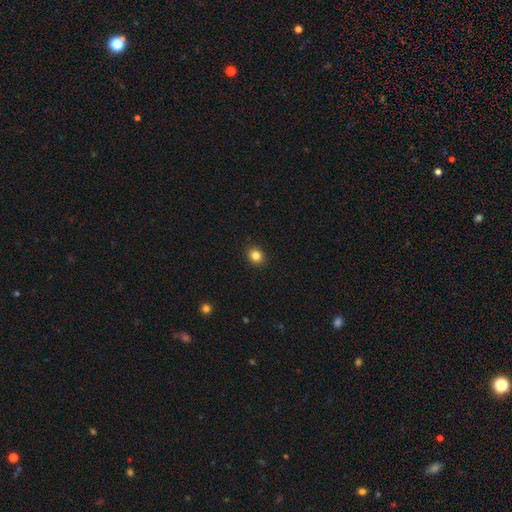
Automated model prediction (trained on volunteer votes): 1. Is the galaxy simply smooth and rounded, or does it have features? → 84% smooth, 11% star or artifact, 5% featured or disk.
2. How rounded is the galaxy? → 71% round, 28% in between, 1% cigar-shaped.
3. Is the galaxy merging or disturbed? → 92% none, 6% minor disturbance, 2% major disturbance, 1% merger.